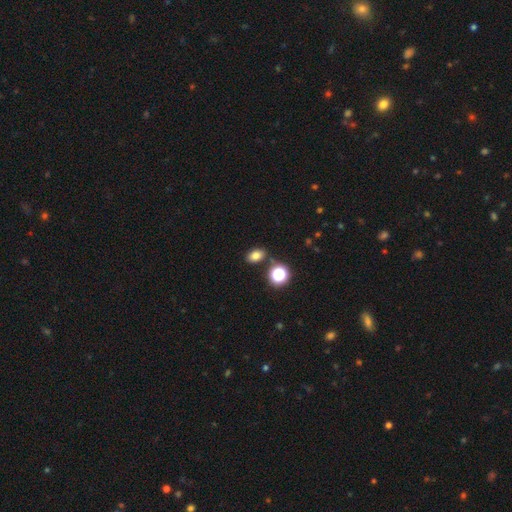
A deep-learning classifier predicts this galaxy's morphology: Q: Smooth or featured?
A: smooth (77%); runner-up: star or artifact (15%)
Q: How rounded?
A: in between (79%); runner-up: round (20%)
Q: Merging?
A: none (79%); runner-up: minor disturbance (11%)